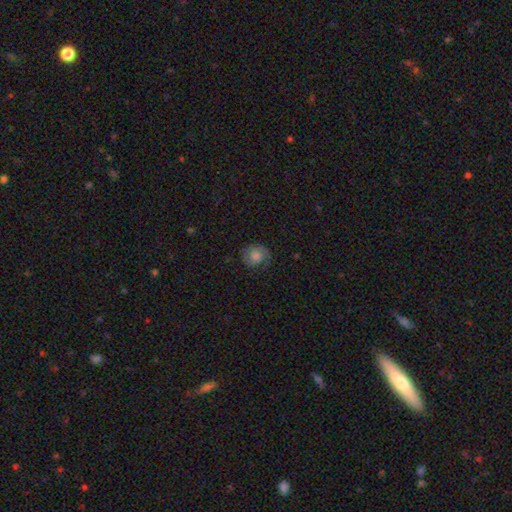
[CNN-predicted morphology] A featured or disk galaxy (53%) with no bar (65%), spiral arms (90%) and a moderate central bulge (40%).

Vote fractions:
- Smooth or featured? featured or disk: 53% / smooth: 36% / star or artifact: 11%
- Edge-on disk? no: 98% / yes: 2%
- Bar? no: 65% / weak: 30% / strong: 5%
- Spiral arms? yes: 90% / no: 10%
- Bulge size? moderate: 40% / small: 29% / large: 15% / none: 14% / dominant: 2%
- Merging? none: 74% / minor disturbance: 17% / major disturbance: 8% / merger: 1%